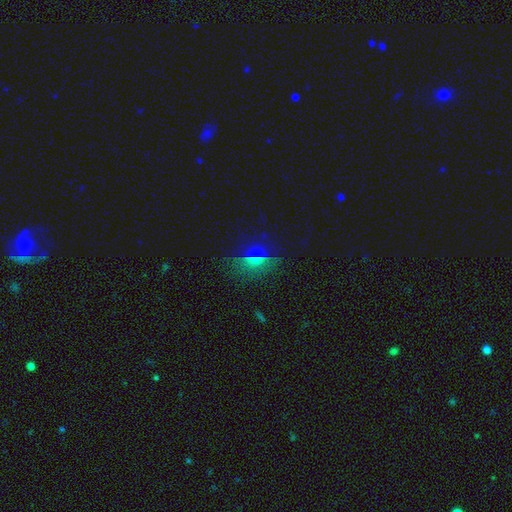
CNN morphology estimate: Overall: smooth (52%; star or artifact 36%). How rounded: round (48%; in between 45%). Merging: none (80%).